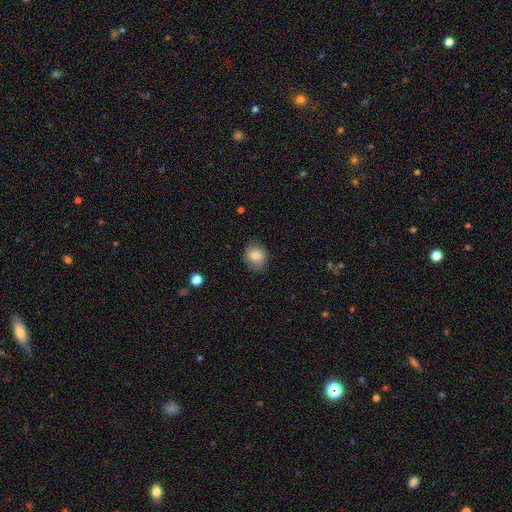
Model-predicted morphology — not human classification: A smooth galaxy with no disk features (77%) that is round (53%).

Vote fractions:
- Smooth or featured? smooth: 77% / featured or disk: 14% / star or artifact: 9%
- How rounded? round: 53% / in between: 46% / cigar-shaped: 1%
- Merging? none: 81% / minor disturbance: 15% / major disturbance: 3% / merger: 1%